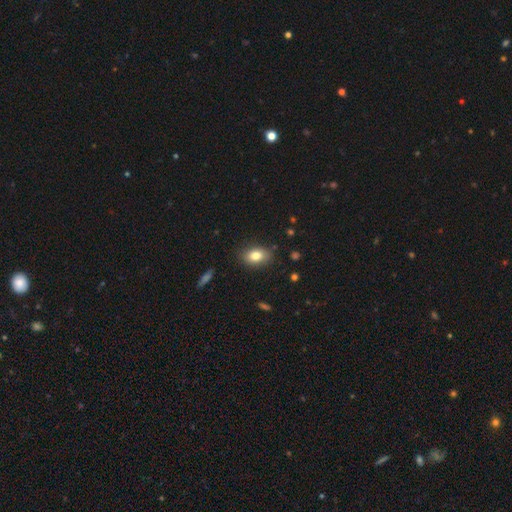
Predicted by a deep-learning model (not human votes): Smooth or featured? smooth (81%)
How rounded? in between (81%)
Merging? none (83%)